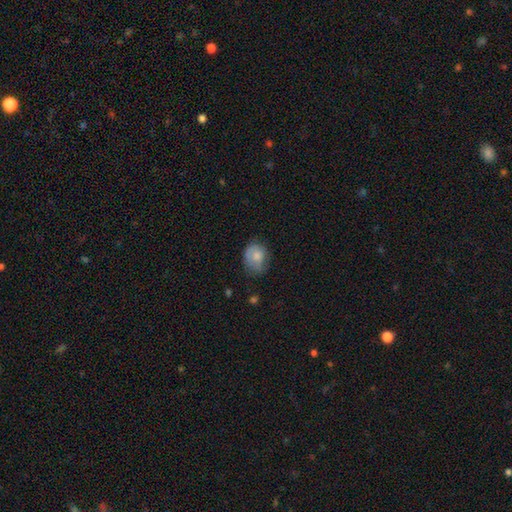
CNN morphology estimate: Q: Smooth or featured?
A: smooth (76%); runner-up: featured or disk (17%)
Q: How rounded?
A: in between (52%); runner-up: round (47%)
Q: Merging?
A: none (53%); runner-up: minor disturbance (32%)